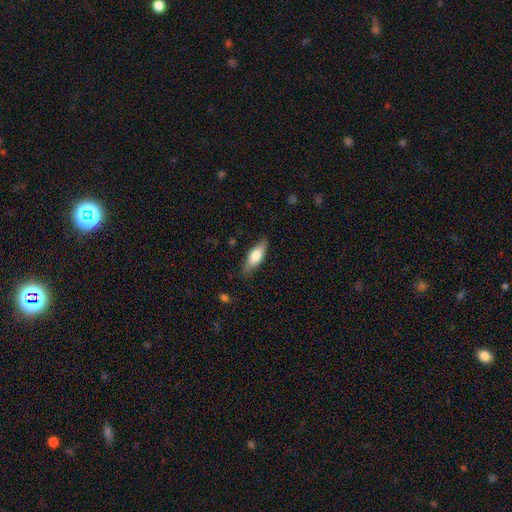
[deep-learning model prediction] smooth 70%, featured or disk 24%, star or artifact 6%. Down the decision tree: how rounded — in between (67%); merging — none (82%).